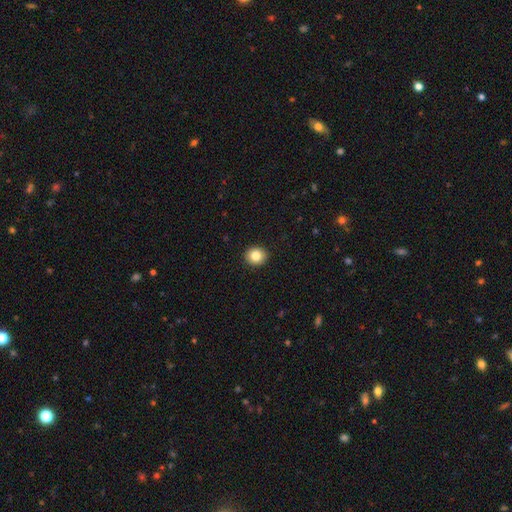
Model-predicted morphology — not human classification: Smooth or featured?
  - smooth: 83% *
  - star or artifact: 10%
  - featured or disk: 7%
How rounded?
  - round: 80% *
  - in between: 19%
  - cigar-shaped: 1%
Merging?
  - none: 93% *
  - minor disturbance: 5%
  - major disturbance: 1%
  - merger: 1%